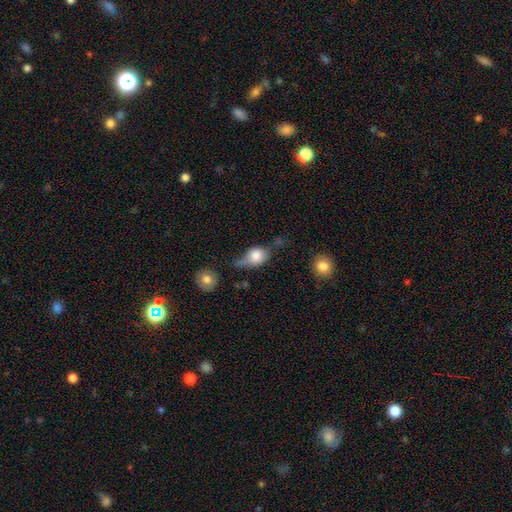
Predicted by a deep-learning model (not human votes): Smooth or featured? Predicted: smooth (p=0.70). How rounded? Predicted: in between (p=0.54). Merging? Predicted: none (p=0.33, tied with minor disturbance).